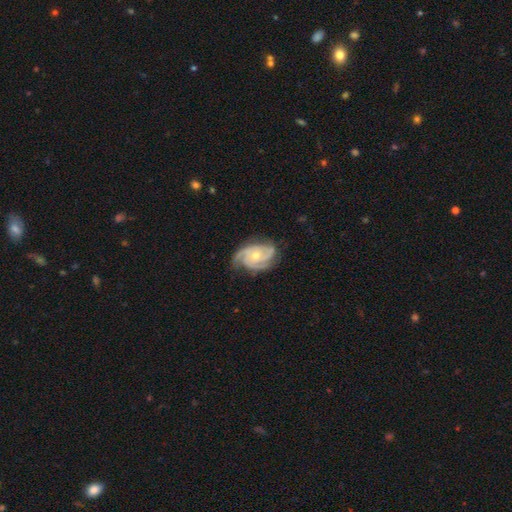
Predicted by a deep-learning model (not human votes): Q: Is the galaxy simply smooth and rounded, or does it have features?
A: featured or disk — 88%.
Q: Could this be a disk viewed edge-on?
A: no — 98%.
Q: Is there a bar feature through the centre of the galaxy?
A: no — 77%.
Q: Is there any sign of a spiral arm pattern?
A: yes — 98%.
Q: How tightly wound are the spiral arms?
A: tight — 53%.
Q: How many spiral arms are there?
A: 3 — 58%.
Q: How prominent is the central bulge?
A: small — 49%, tied with moderate.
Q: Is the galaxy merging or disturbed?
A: none — 70%.